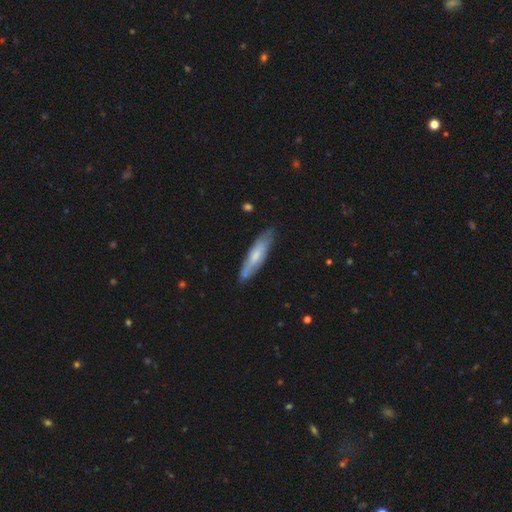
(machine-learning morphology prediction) smooth-or-featured: smooth: 56% | featured or disk: 38% | star or artifact: 6%
  how-rounded: cigar-shaped: 78% | in between: 21% | round: 1%
  merging: none: 79% | minor disturbance: 17% | major disturbance: 3% | merger: 2%